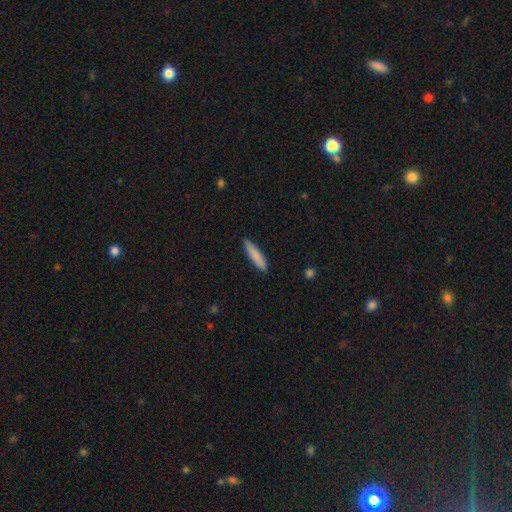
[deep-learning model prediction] Morphology: type=smooth (83%); roundness=cigar-shaped (86%); merging=none (89%).